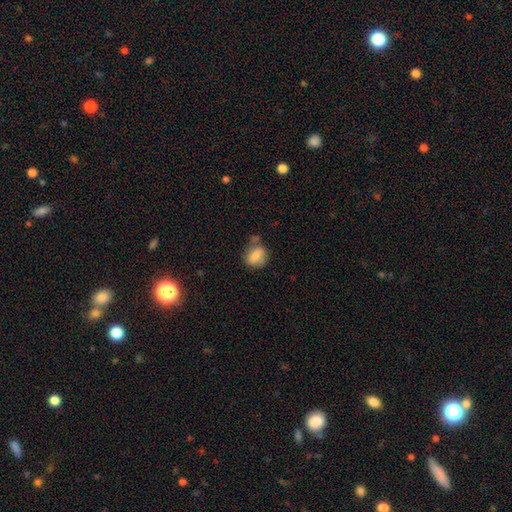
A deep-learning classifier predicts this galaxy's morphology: smooth 78%, featured or disk 14%, star or artifact 9%. Down the decision tree: how rounded — round (62%); merging — none (56%).